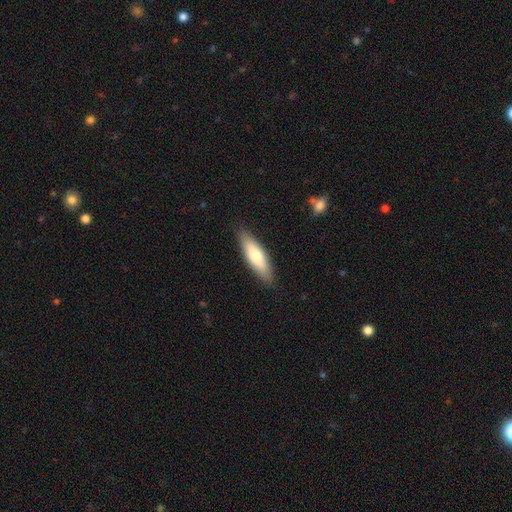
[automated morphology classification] smooth 70%, featured or disk 25%, star or artifact 5%. Down the decision tree: how rounded — cigar-shaped (55%); merging — none (87%).